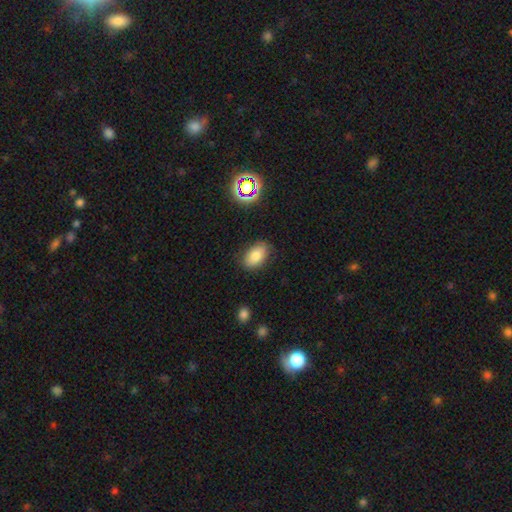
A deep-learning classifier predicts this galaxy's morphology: The model was most divided on "smooth or featured": smooth: 79%, featured or disk: 11%, star or artifact: 10%. More confident: how rounded — in between (90%); merging — none (81%).